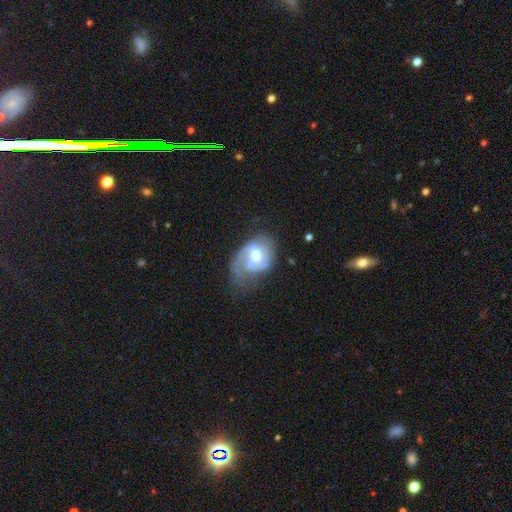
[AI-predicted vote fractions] A featured or disk galaxy (74%) with a weak bar (50%), 2 (45%) medium (43%) spiral arms (86%) and a moderate central bulge (69%). Merging: none (40%).